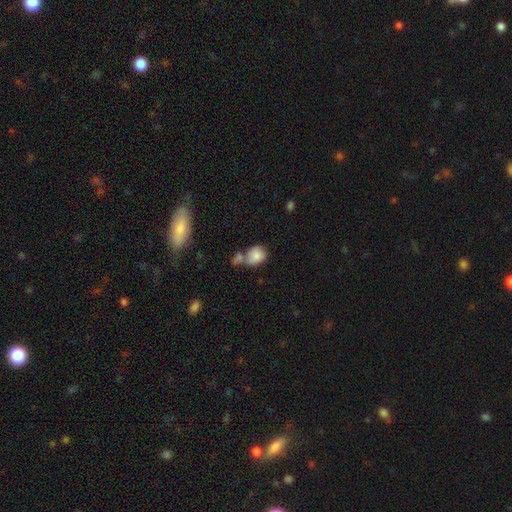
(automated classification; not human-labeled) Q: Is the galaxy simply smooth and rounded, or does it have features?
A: smooth — 82%.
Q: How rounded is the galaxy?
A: in between — 51%.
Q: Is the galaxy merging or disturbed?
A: none — 39%.